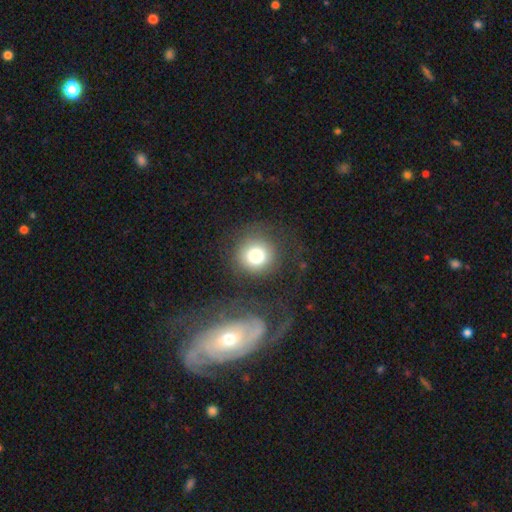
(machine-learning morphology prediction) A smooth galaxy with no disk features (74%) that is round (93%). Merging: none (72%).